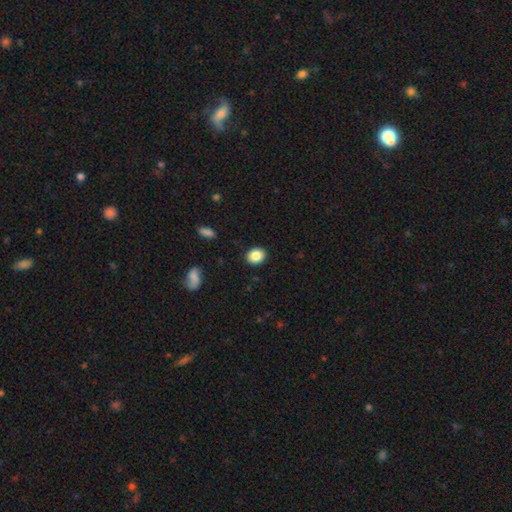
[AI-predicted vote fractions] Smooth or featured?
  - smooth: 87% *
  - star or artifact: 9%
  - featured or disk: 5%
How rounded?
  - round: 60% *
  - in between: 39%
  - cigar-shaped: 1%
Merging?
  - none: 90% *
  - minor disturbance: 7%
  - major disturbance: 2%
  - merger: 1%